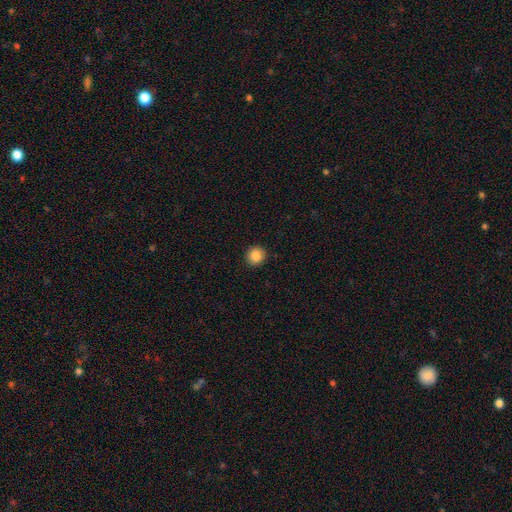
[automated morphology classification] A smooth galaxy with no disk features (87%) that is round (91%). Merging: none (92%).